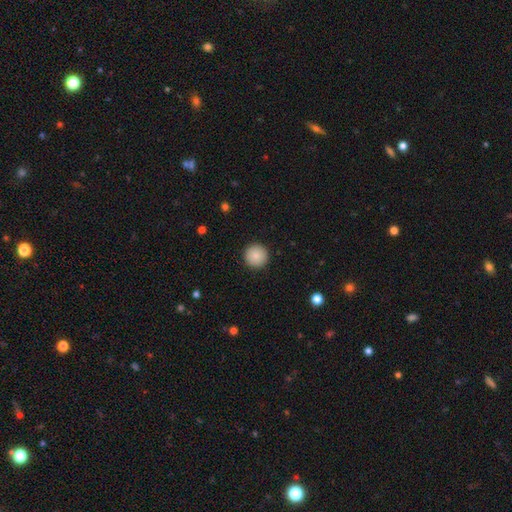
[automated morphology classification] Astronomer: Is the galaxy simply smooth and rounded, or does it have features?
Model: smooth — 88%.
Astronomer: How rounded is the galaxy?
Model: round — 96%.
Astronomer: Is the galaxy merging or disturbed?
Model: none — 93%.